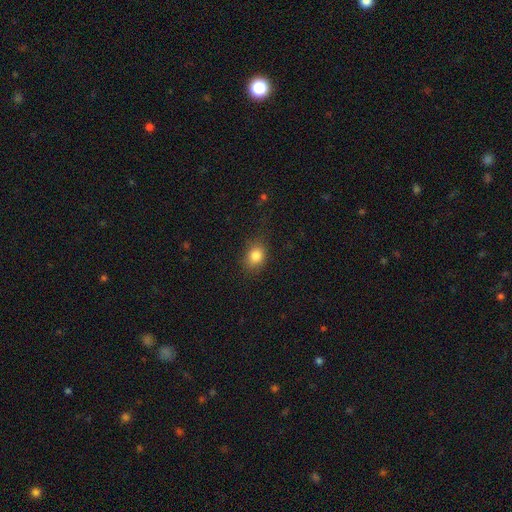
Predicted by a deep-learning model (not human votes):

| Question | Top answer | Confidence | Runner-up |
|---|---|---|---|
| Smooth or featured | smooth | 83% | star or artifact (10%) |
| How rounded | in between | 55% | round (44%) |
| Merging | none | 77% | minor disturbance (16%) |